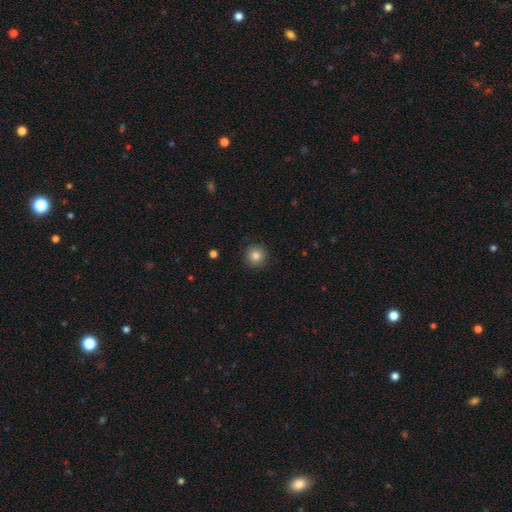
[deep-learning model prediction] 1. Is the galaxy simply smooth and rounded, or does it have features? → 84% smooth, 11% star or artifact, 6% featured or disk.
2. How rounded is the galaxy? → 95% round, 5% in between, 1% cigar-shaped.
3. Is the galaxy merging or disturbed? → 91% none, 6% minor disturbance, 2% major disturbance, 1% merger.